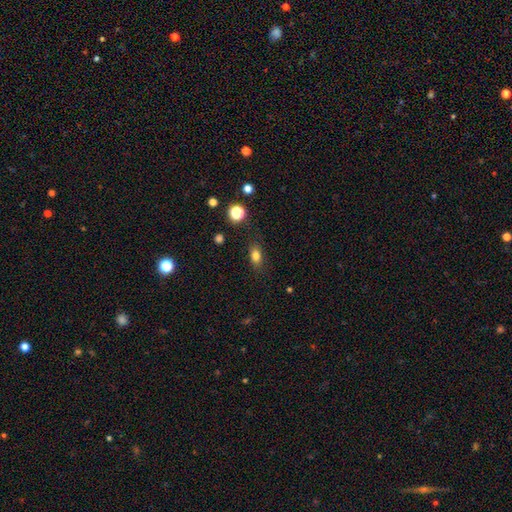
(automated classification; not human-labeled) Smooth or featured? smooth (80%)
How rounded? in between (77%)
Merging? none (83%)